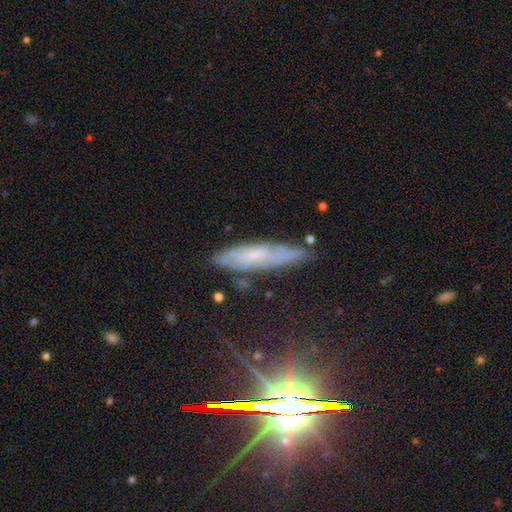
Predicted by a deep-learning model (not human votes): This appears to be a featured or disk galaxy (54%). Merging: none (72%).